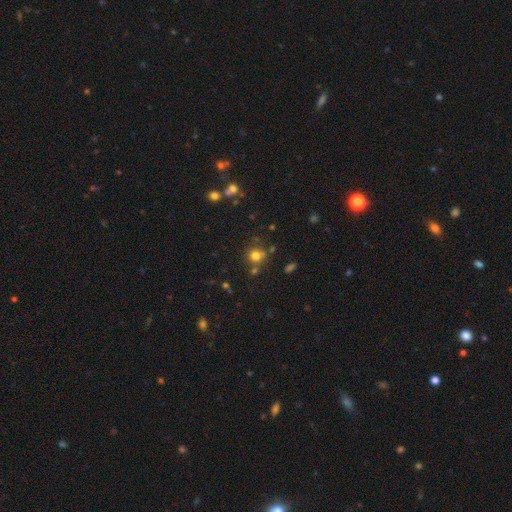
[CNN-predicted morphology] A smooth galaxy with no disk features (75%) that is round (86%).

Vote fractions:
- Smooth or featured? smooth: 75% / star or artifact: 17% / featured or disk: 8%
- How rounded? round: 86% / in between: 13% / cigar-shaped: 1%
- Merging? none: 69% / merger: 14% / minor disturbance: 12% / major disturbance: 5%